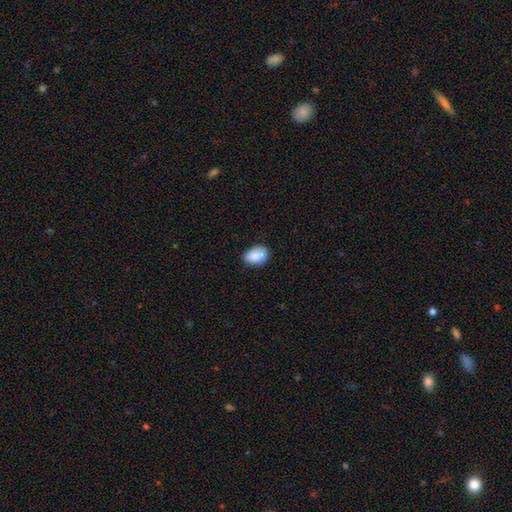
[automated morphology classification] Q: Smooth or featured?
A: smooth (86%); runner-up: star or artifact (8%)
Q: How rounded?
A: in between (81%); runner-up: round (18%)
Q: Merging?
A: none (73%); runner-up: minor disturbance (23%)